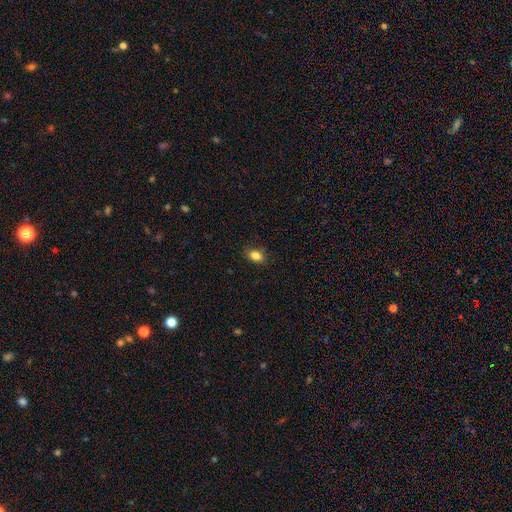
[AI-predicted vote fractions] A smooth galaxy with no disk features (85%) that is in between round and cigar-shaped (82%). Merging: none (87%).